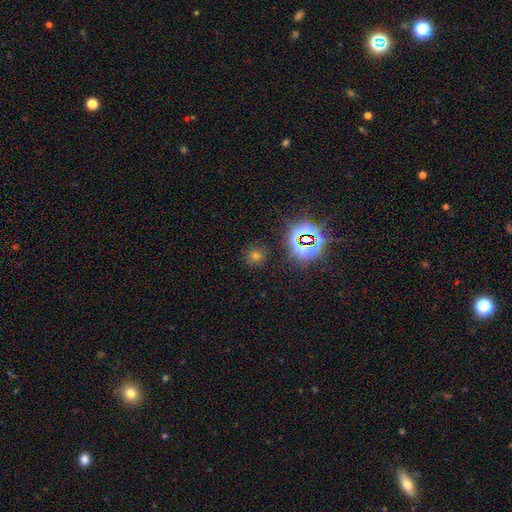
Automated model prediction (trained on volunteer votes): Q: Smooth or featured?
A: smooth (49%); runner-up: star or artifact (43%)
Q: Merging?
A: none (86%); runner-up: minor disturbance (8%)